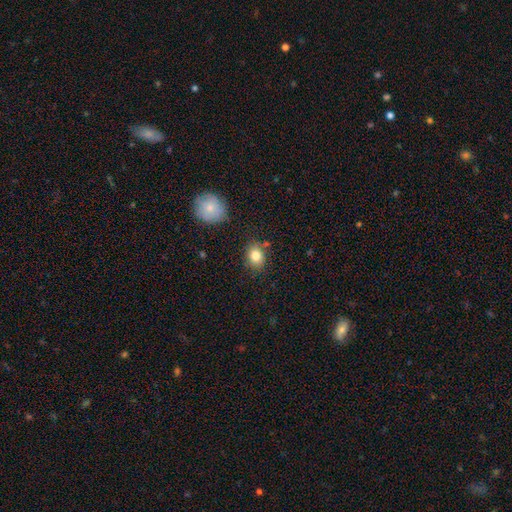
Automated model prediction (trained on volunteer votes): Smooth or featured? Predicted: smooth (p=0.82). How rounded? Predicted: in between (p=0.54). Merging? Predicted: none (p=0.78).